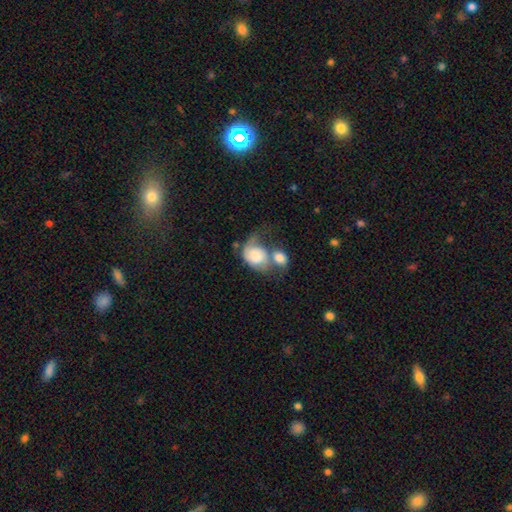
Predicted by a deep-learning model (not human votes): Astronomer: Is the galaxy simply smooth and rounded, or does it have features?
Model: smooth — 60%.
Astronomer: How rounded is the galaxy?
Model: in between — 56% (runner-up: round, 43%).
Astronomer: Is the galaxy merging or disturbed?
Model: merger — 61%.